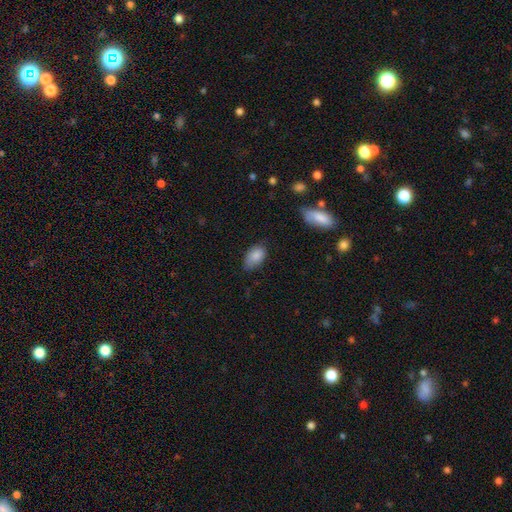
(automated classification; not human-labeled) A smooth galaxy with no disk features (85%) that is in between round and cigar-shaped (92%).

Vote fractions:
- Smooth or featured? smooth: 85% / star or artifact: 8% / featured or disk: 7%
- How rounded? in between: 92% / round: 6% / cigar-shaped: 2%
- Merging? none: 60% / minor disturbance: 32% / major disturbance: 6% / merger: 2%